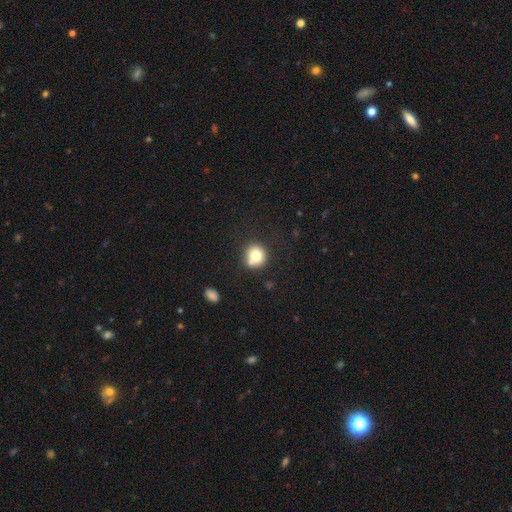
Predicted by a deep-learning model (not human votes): This is likely a smooth galaxy (74%). How rounded: clearly round (87%). Merging: likely none (65%).